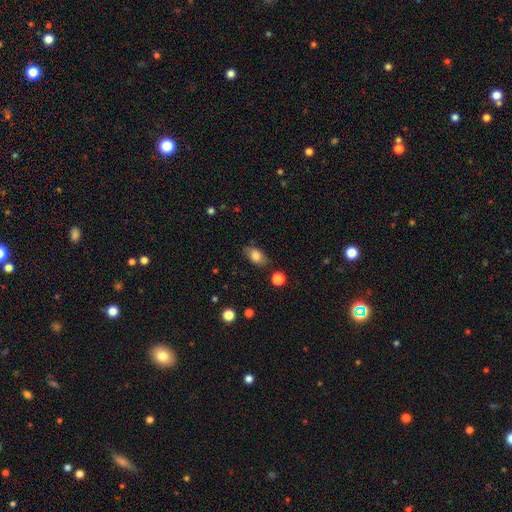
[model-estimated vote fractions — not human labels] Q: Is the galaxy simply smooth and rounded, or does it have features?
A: smooth — 80%.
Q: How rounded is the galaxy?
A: in between — 83%.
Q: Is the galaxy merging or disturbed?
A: none — 77%.